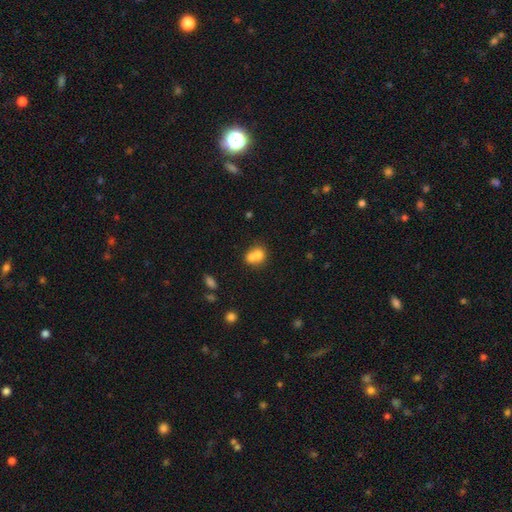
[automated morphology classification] A smooth galaxy with no disk features (71%) that is round (58%).

Vote fractions:
- Smooth or featured? smooth: 71% / featured or disk: 19% / star or artifact: 10%
- How rounded? round: 58% / in between: 41% / cigar-shaped: 1%
- Merging? merger: 65% / none: 24% / minor disturbance: 7% / major disturbance: 3%